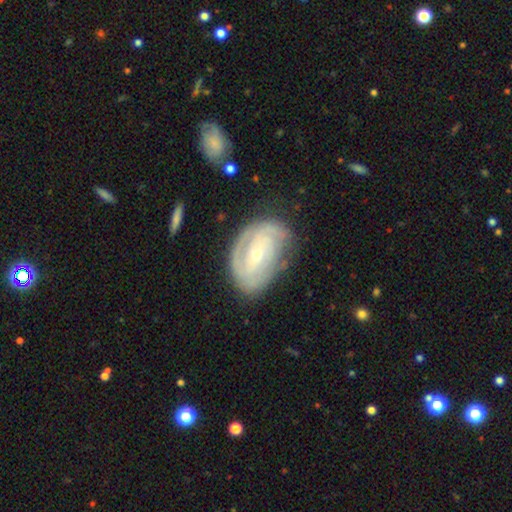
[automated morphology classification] Overall: featured or disk (78%). Edge-on disk: no (96%). Bar: no (46%; weak 37%). Spiral arms: yes (86%). Spiral arm count: 2 (40%; can't tell 35%). Spiral winding: tight (63%; medium 27%). Bulge size: small (65%; moderate 32%). Merging: none (66%).